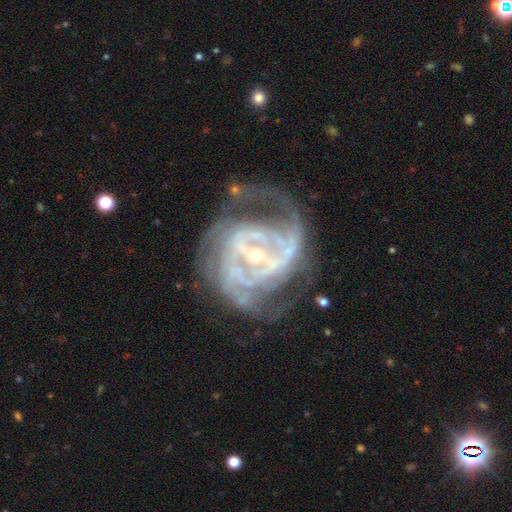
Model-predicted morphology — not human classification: type=featured or disk (89%); edge-on=no (97%); bar=weak (39%); spiral arms=yes (92%); winding=tight (44%); arm count=2 (34%); bulge=small (70%); merging=none (48%).